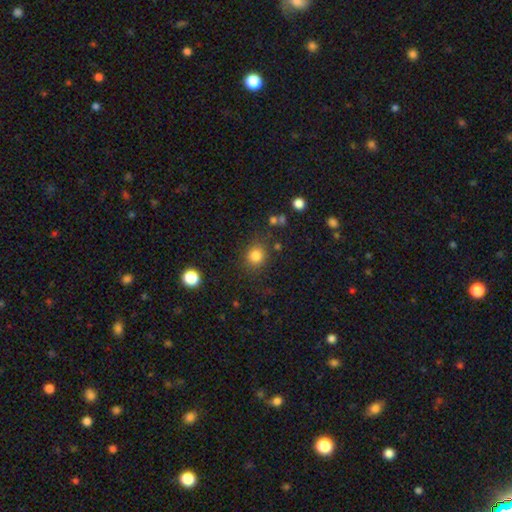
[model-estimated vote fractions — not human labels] This appears to be a smooth galaxy with no disk features (83%) that is round (83%). Merging: none (82%).